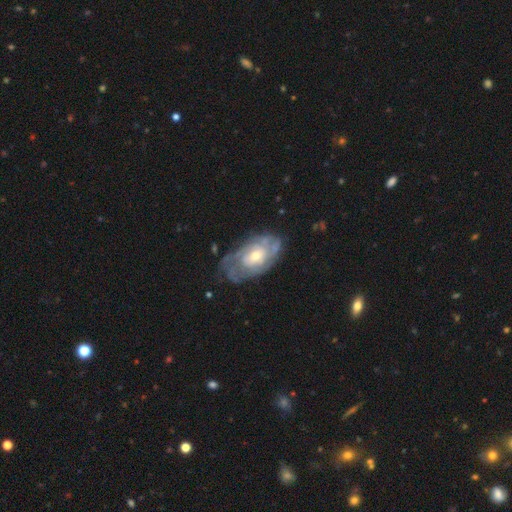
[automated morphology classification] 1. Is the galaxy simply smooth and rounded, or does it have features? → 76% featured or disk, 18% smooth, 6% star or artifact.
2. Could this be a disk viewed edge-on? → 94% no, 6% yes.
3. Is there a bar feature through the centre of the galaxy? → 73% no, 23% weak, 4% strong.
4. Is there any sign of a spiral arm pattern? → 78% yes, 22% no.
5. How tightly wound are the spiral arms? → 64% tight, 27% medium, 9% loose.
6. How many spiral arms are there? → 59% can't tell, 19% 2, 9% 3, 5% 4, 5% 1, 3% more than 4.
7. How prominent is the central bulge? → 54% moderate, 39% small, 5% large, 1% none, 1% dominant.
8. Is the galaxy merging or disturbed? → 62% none, 24% minor disturbance, 12% major disturbance, 2% merger.